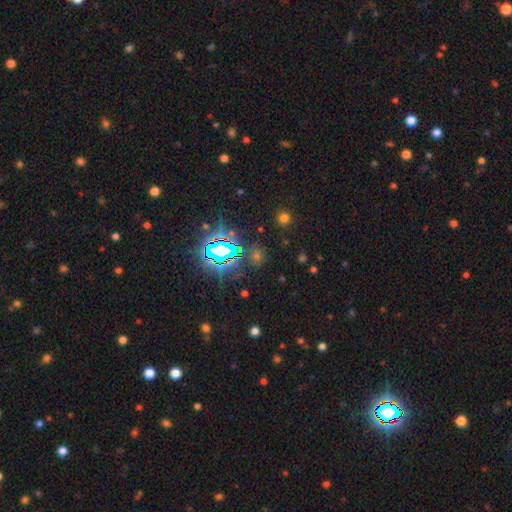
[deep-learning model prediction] Smooth or featured: star or artifact — 68% (smooth — 24%)